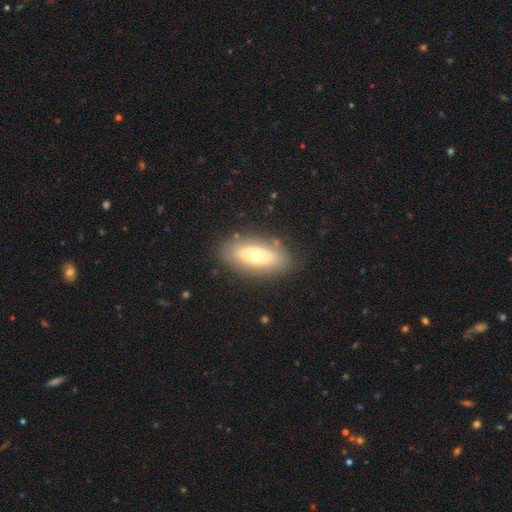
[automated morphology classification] Smooth or featured? Predicted: smooth (p=0.49). Merging? Predicted: none (p=0.81).